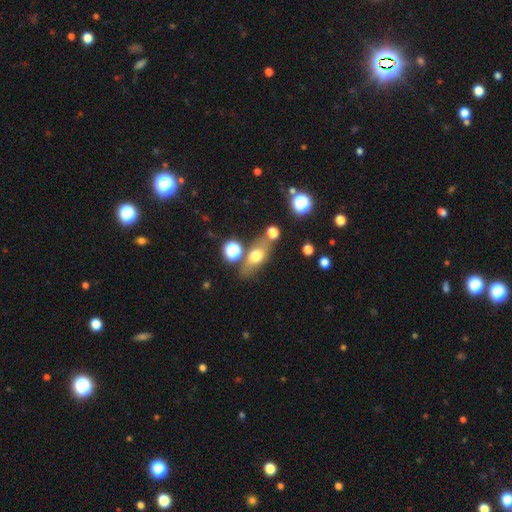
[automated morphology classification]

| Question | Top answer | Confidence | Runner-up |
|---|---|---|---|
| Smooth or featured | smooth | 62% | featured or disk (26%) |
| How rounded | in between | 67% | cigar-shaped (17%) |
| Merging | none | 66% | minor disturbance (16%) |